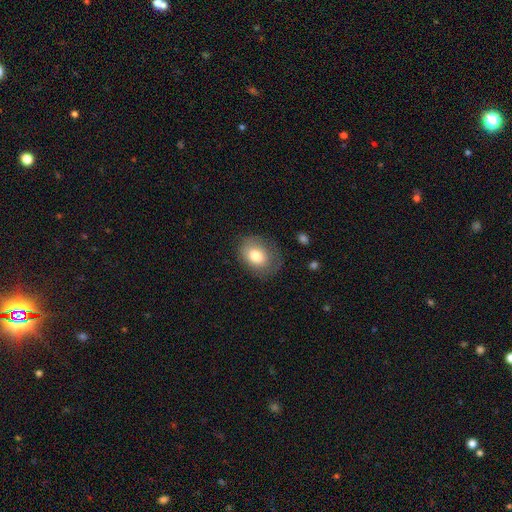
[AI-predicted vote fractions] Morphology: type=smooth (77%); roundness=in between (63%); merging=none (70%).